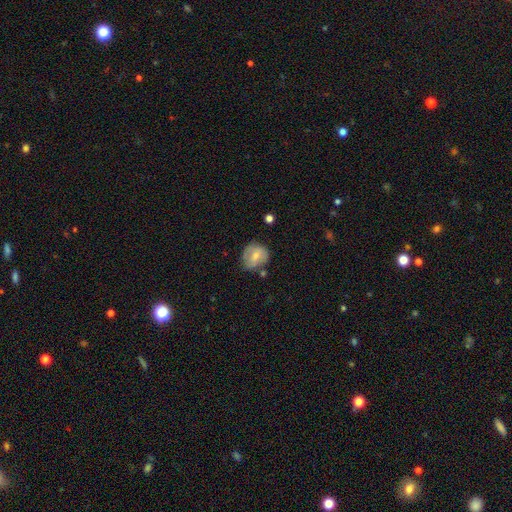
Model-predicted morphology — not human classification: A smooth galaxy with no disk features (61%) that is round (75%). Merging: none (61%).